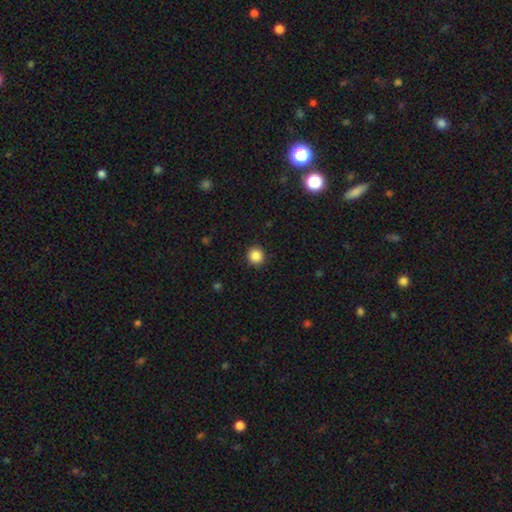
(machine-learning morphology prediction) smooth_or_featured: smooth (p=0.87) [alt: star or artifact p=0.10]
how_rounded: round (p=0.93) [alt: in between p=0.06]
merging: none (p=0.92) [alt: minor disturbance p=0.05]